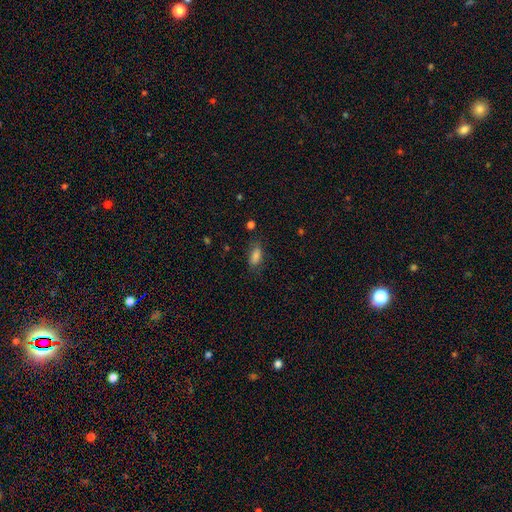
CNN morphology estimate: The model was most divided on "merging": none: 72%, minor disturbance: 19%, major disturbance: 7%, merger: 2%. More confident: how rounded — in between (81%); smooth or featured — smooth (81%).